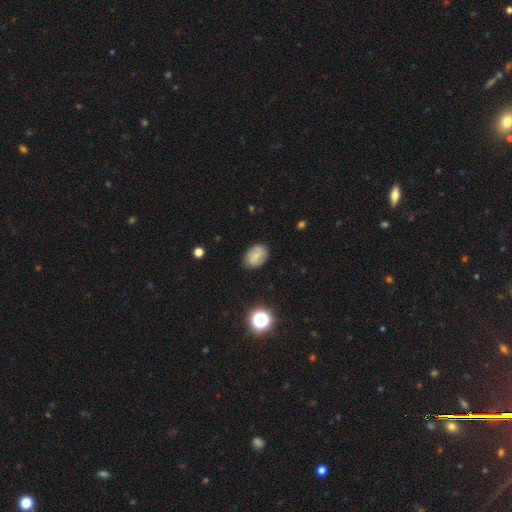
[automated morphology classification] Smooth or featured? smooth (51%)
How rounded? in between (69%)
Merging? none (83%)